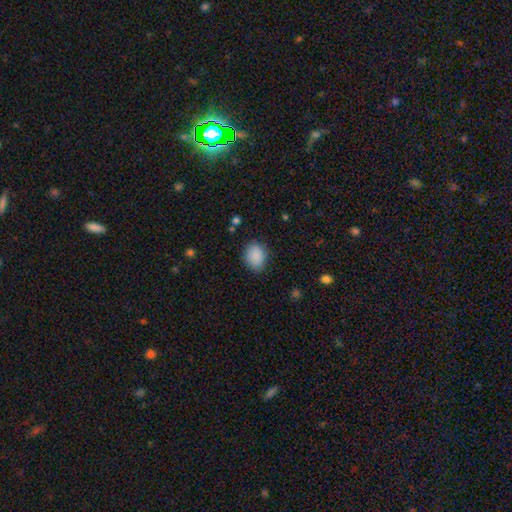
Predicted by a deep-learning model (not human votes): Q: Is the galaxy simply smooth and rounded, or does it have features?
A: smooth — 88%.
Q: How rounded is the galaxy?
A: in between — 61%.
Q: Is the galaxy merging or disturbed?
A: none — 82%.